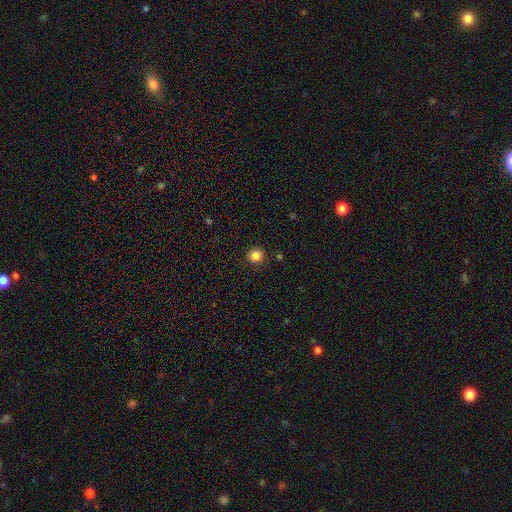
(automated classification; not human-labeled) Morphology: type=smooth (85%); roundness=round (94%); merging=none (91%).